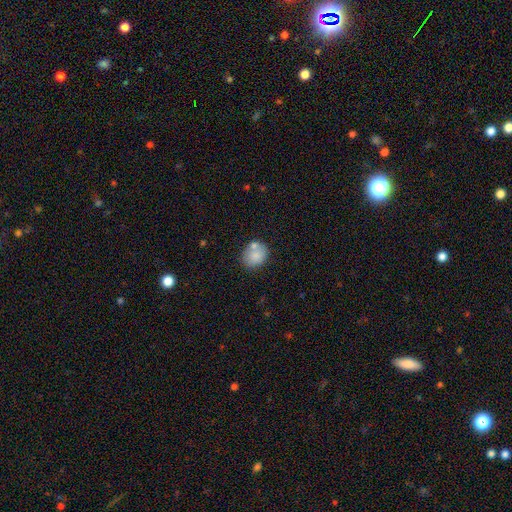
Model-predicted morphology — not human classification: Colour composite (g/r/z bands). It shows a smooth galaxy with no disk features (79%) that is round (56%). Merging: none (59%).